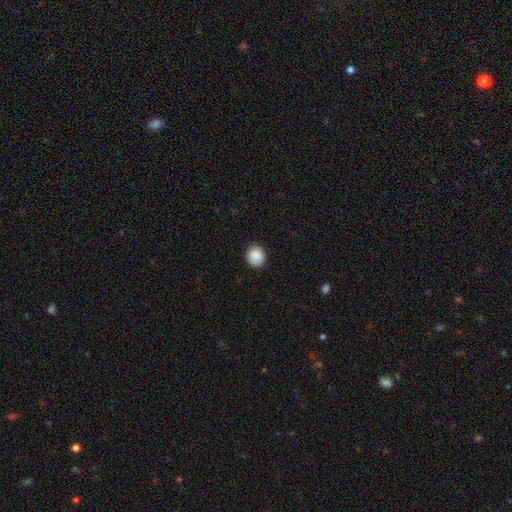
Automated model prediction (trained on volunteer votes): This is clearly a smooth galaxy (90%). How rounded: clearly round (83%). Merging: clearly none (89%).